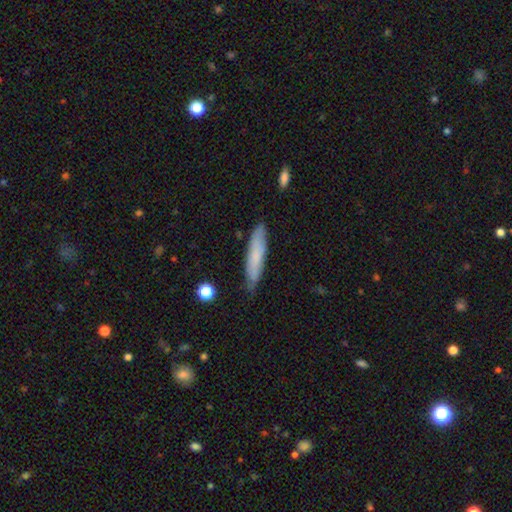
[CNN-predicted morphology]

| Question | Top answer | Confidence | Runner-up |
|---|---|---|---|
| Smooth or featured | smooth | 73% | featured or disk (21%) |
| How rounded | cigar-shaped | 84% | in between (15%) |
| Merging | none | 79% | minor disturbance (16%) |